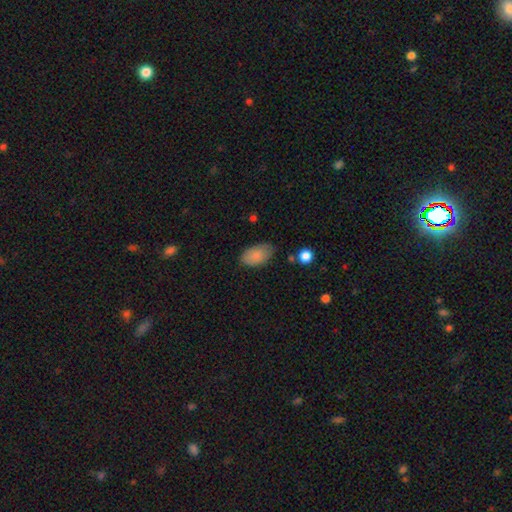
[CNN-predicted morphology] smooth-or-featured: smooth: 85% | featured or disk: 9% | star or artifact: 7%
  how-rounded: in between: 93% | round: 5% | cigar-shaped: 2%
  merging: none: 69% | minor disturbance: 24% | major disturbance: 5% | merger: 2%